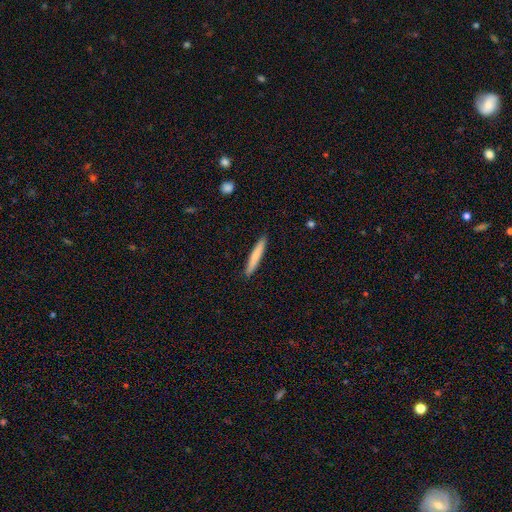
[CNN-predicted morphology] A smooth galaxy with no disk features (74%) that is cigar-shaped (95%). Merging: none (91%).